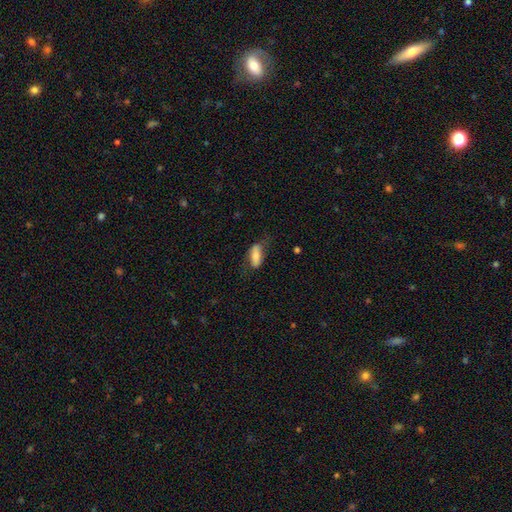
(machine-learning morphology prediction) smooth 66%, featured or disk 27%, star or artifact 7%. Down the decision tree: how rounded — in between (76%); merging — none (57%).